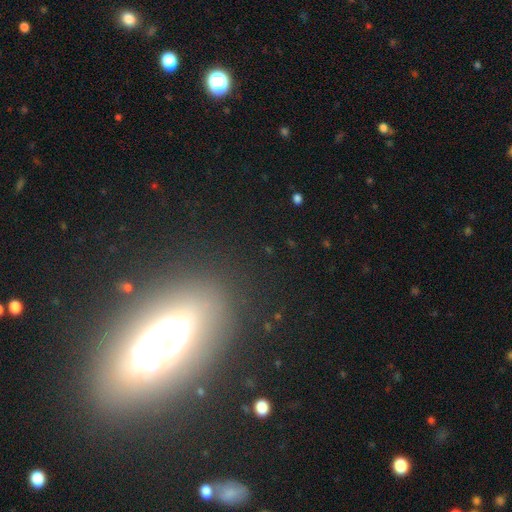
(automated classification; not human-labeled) A featured or disk galaxy (51%). Merging: none (81%).